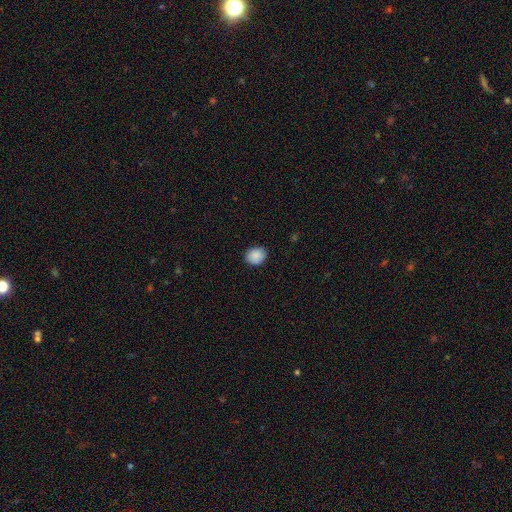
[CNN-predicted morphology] This is clearly a smooth galaxy (88%). How rounded: possibly round (54%). Merging: clearly none (87%).